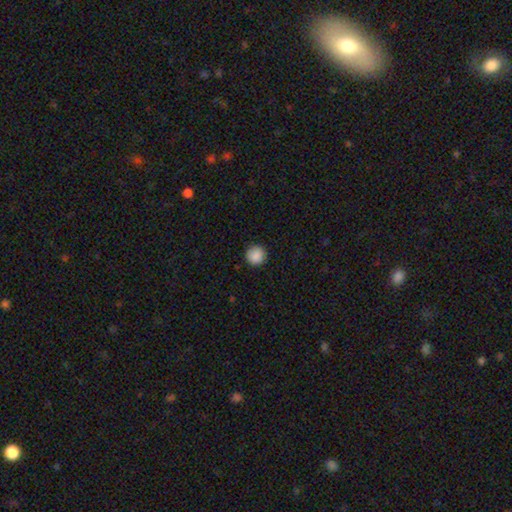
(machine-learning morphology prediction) Smooth or featured?
  - smooth: 89% *
  - star or artifact: 8%
  - featured or disk: 3%
How rounded?
  - round: 96% *
  - in between: 3%
  - cigar-shaped: 1%
Merging?
  - none: 93% *
  - minor disturbance: 5%
  - major disturbance: 2%
  - merger: 1%